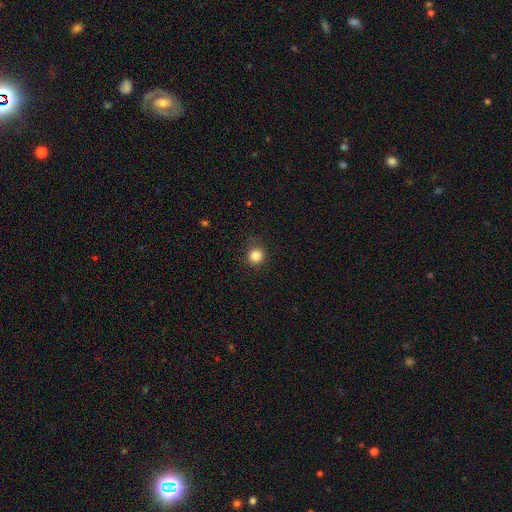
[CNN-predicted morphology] Smooth or featured: smooth — 83% (star or artifact — 12%)
How rounded: round — 92% (in between — 7%)
Merging: none — 88% (minor disturbance — 9%)